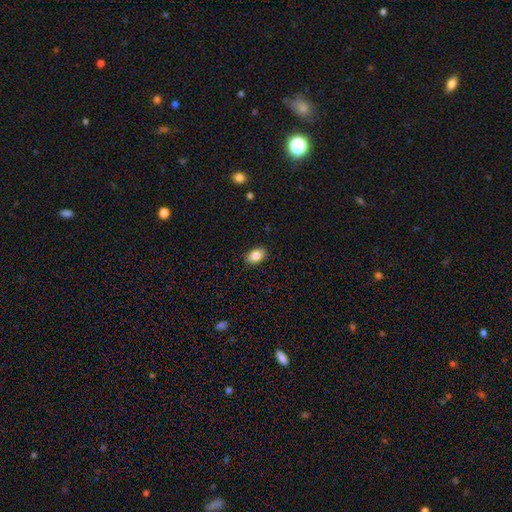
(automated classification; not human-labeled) smooth-or-featured: smooth: 86% | star or artifact: 8% | featured or disk: 6%
  how-rounded: in between: 83% | round: 15% | cigar-shaped: 1%
  merging: none: 89% | minor disturbance: 8% | major disturbance: 2% | merger: 1%